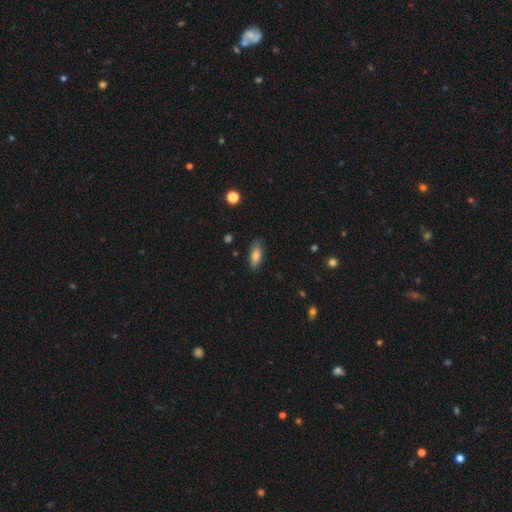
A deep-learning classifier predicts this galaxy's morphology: Smooth or featured? smooth (78%)
How rounded? in between (70%)
Merging? none (83%)